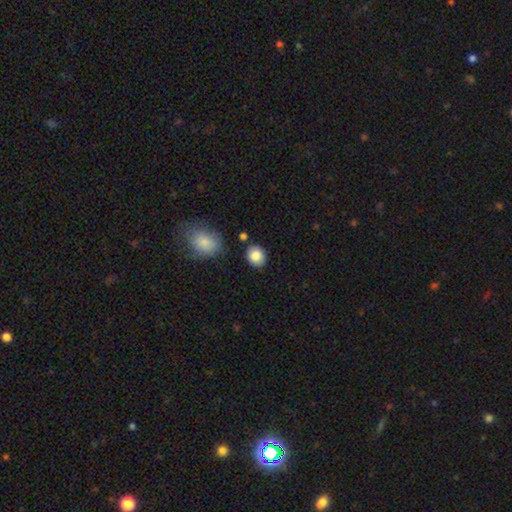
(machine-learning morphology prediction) smooth_or_featured: smooth (p=0.86) [alt: star or artifact p=0.08]
how_rounded: round (p=0.60) [alt: in between p=0.39]
merging: none (p=0.82) [alt: minor disturbance p=0.11]